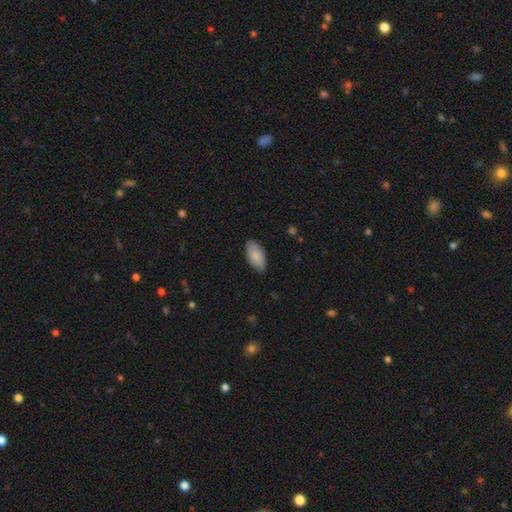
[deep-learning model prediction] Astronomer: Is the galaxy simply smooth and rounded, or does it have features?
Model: smooth — 84%.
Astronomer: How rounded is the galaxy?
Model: in between — 94%.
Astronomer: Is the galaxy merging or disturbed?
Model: none — 82%.